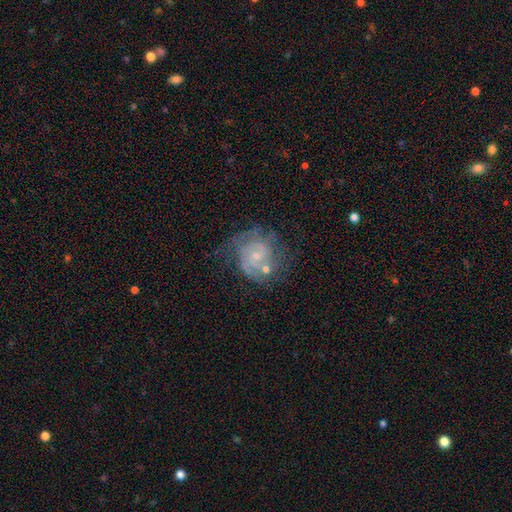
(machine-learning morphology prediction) A featured or disk galaxy (78%) with no bar (62%), 2 (44%) tight (52%) spiral arms (89%) and a small central bulge (68%).

Vote fractions:
- Smooth or featured? featured or disk: 78% / smooth: 14% / star or artifact: 8%
- Edge-on disk? no: 98% / yes: 2%
- Bar? no: 62% / weak: 33% / strong: 5%
- Spiral arms? yes: 89% / no: 11%
- Spiral winding? tight: 52% / medium: 37% / loose: 12%
- Spiral arm count? 2: 44% / can't tell: 29% / 3: 14% / 1: 5% / 4: 4% / more than 4: 4%
- Bulge size? small: 68% / moderate: 21% / none: 8% / large: 2% / dominant: 1%
- Merging? none: 53% / minor disturbance: 21% / major disturbance: 17% / merger: 9%